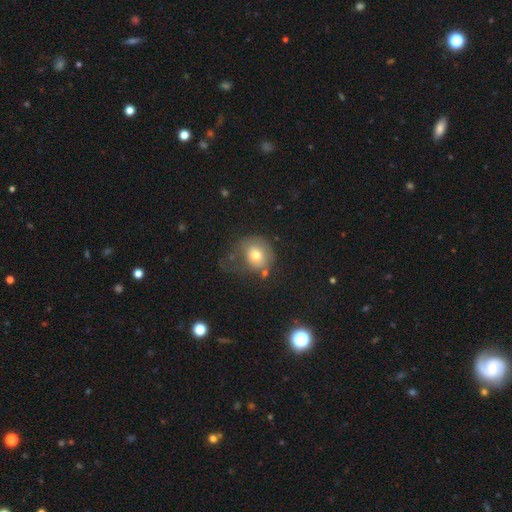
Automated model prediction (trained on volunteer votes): Morphology: type=smooth (71%); roundness=round (71%); merging=none (40%).